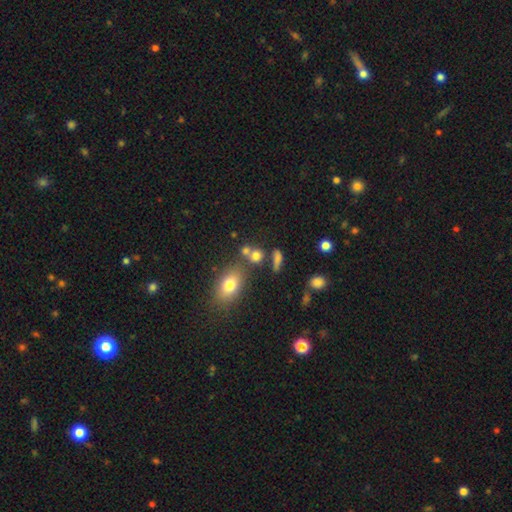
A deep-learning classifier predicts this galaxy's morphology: Smooth or featured?
  - smooth: 74% *
  - star or artifact: 15%
  - featured or disk: 11%
How rounded?
  - round: 66% *
  - in between: 30%
  - cigar-shaped: 5%
Merging?
  - none: 53% *
  - merger: 31%
  - minor disturbance: 11%
  - major disturbance: 5%